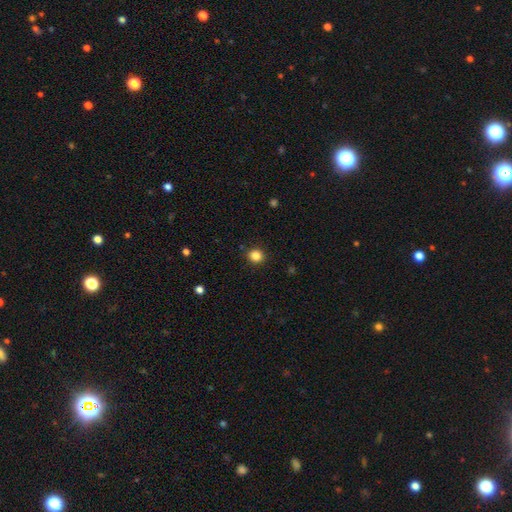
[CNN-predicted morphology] Smooth or featured: smooth — 84% (star or artifact — 12%)
How rounded: round — 86% (in between — 13%)
Merging: none — 90% (minor disturbance — 6%)